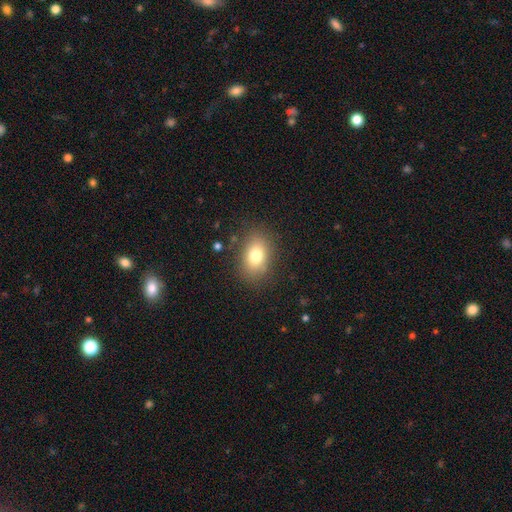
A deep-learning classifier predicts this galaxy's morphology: smooth 77%, featured or disk 13%, star or artifact 11%. Down the decision tree: how rounded — in between (77%); merging — none (83%).